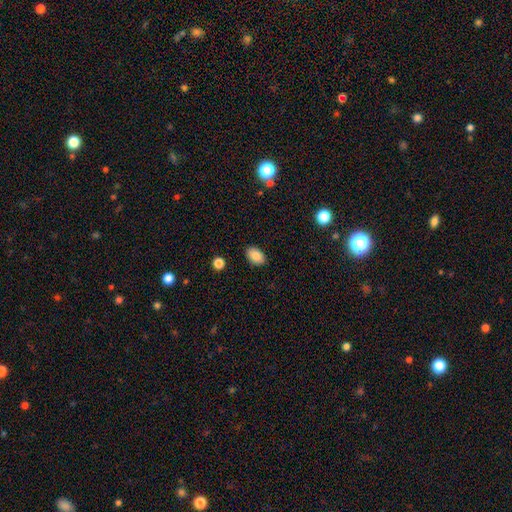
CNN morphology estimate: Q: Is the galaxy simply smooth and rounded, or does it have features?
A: smooth — 86%.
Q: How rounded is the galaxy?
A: in between — 87%.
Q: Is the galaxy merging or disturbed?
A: none — 87%.